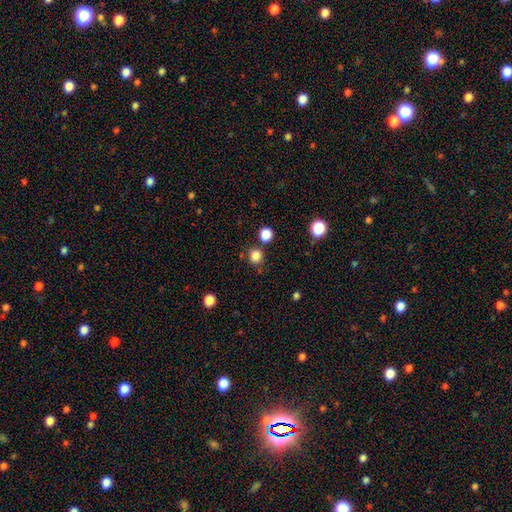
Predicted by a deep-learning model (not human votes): smooth 83%, star or artifact 13%, featured or disk 4%. Down the decision tree: how rounded — round (89%); merging — none (81%).